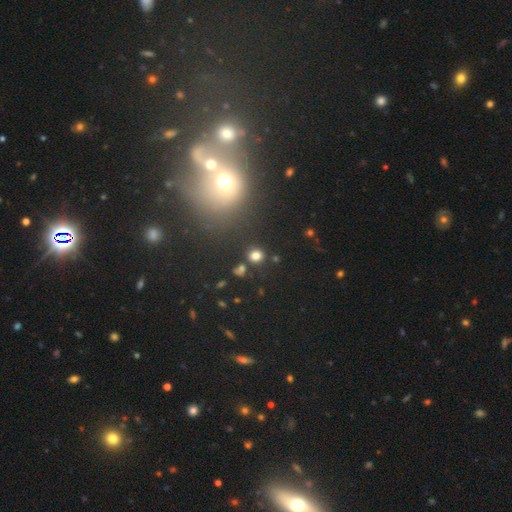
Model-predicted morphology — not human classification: This is likely a smooth galaxy (79%). How rounded: likely round (75%). Merging: clearly none (82%).